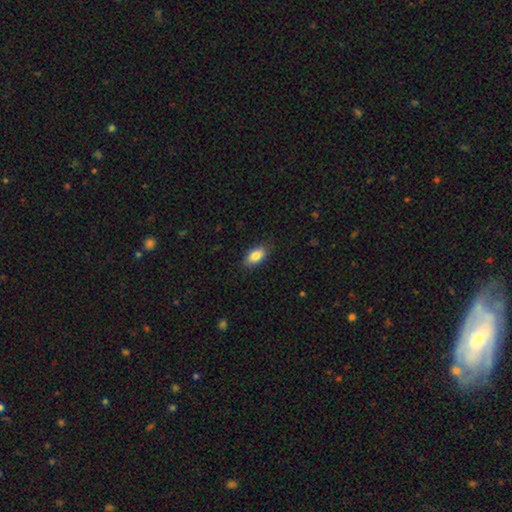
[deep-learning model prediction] A smooth galaxy with no disk features (84%) that is in between round and cigar-shaped (91%).

Vote fractions:
- Smooth or featured? smooth: 84% / featured or disk: 9% / star or artifact: 7%
- How rounded? in between: 91% / round: 5% / cigar-shaped: 4%
- Merging? none: 86% / minor disturbance: 11% / major disturbance: 2% / merger: 1%